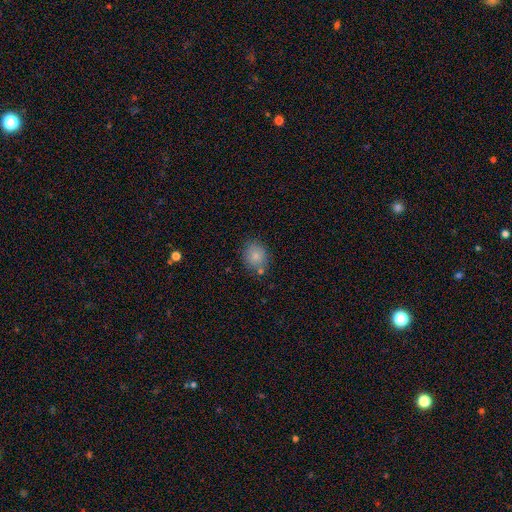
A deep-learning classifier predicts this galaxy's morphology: Smooth or featured? Predicted: smooth (p=0.83). How rounded? Predicted: round (p=0.60). Merging? Predicted: none (p=0.75).